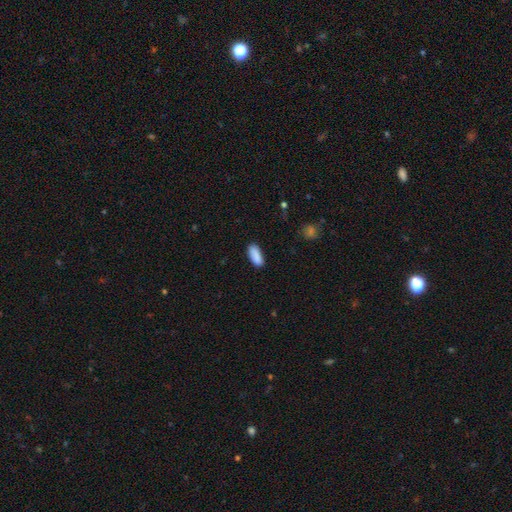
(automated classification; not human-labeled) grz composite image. It shows a smooth galaxy with no disk features (89%) that is in between round and cigar-shaped (81%). Merging: none (83%).